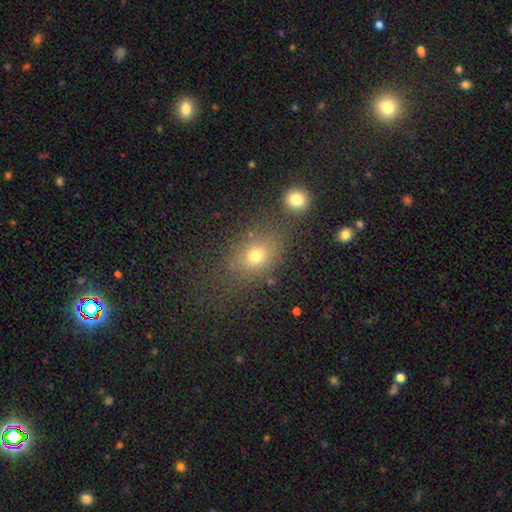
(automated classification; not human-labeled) Smooth or featured: smooth — 72% (star or artifact — 16%)
How rounded: in between — 62% (round — 36%)
Merging: none — 67% (minor disturbance — 14%)